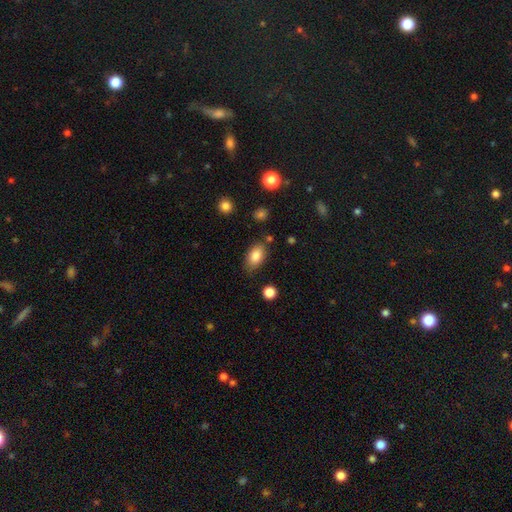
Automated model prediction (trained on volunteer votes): smooth-or-featured: smooth: 85% | featured or disk: 8% | star or artifact: 8%
  how-rounded: in between: 91% | round: 7% | cigar-shaped: 2%
  merging: none: 78% | minor disturbance: 15% | major disturbance: 4% | merger: 3%